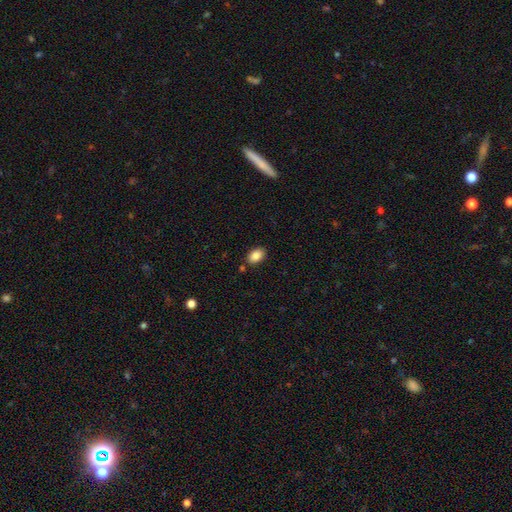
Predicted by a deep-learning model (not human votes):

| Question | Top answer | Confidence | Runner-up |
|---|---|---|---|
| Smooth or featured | smooth | 87% | star or artifact (8%) |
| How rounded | in between | 87% | round (12%) |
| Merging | none | 84% | minor disturbance (10%) |